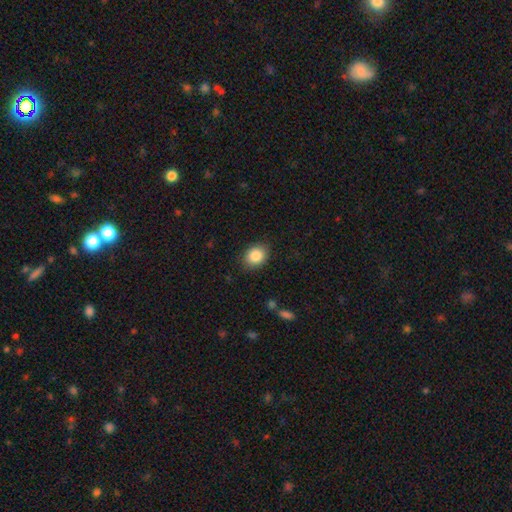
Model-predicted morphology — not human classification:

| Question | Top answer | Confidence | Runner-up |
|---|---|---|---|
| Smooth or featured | smooth | 86% | star or artifact (8%) |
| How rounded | in between | 53% | round (47%) |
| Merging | none | 86% | minor disturbance (11%) |